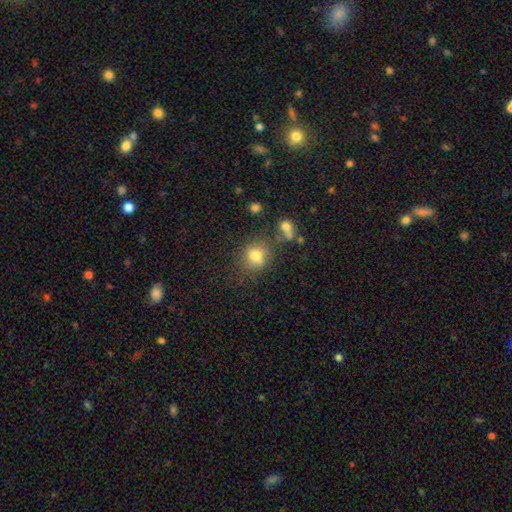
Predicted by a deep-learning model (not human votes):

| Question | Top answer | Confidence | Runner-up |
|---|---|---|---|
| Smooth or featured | smooth | 77% | star or artifact (13%) |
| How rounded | round | 73% | in between (26%) |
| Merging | none | 65% | minor disturbance (17%) |